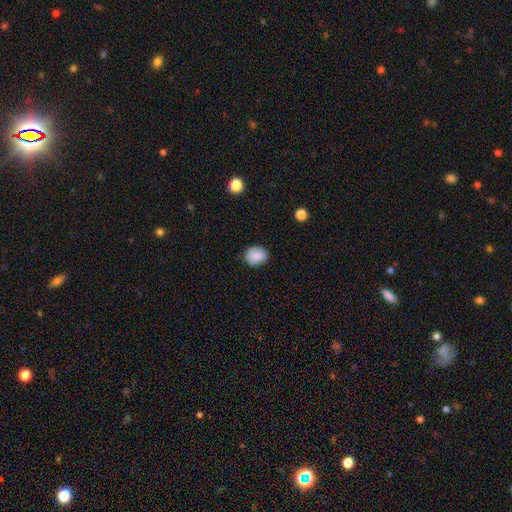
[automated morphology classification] Smooth or featured?
  - smooth: 85% *
  - star or artifact: 8%
  - featured or disk: 7%
How rounded?
  - round: 56% *
  - in between: 43%
  - cigar-shaped: 1%
Merging?
  - none: 79% *
  - minor disturbance: 17%
  - major disturbance: 3%
  - merger: 1%